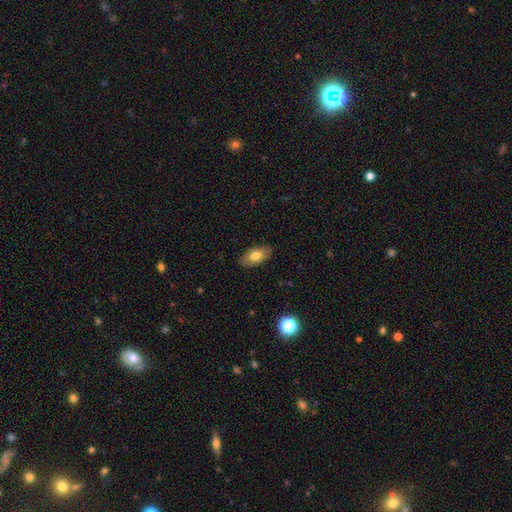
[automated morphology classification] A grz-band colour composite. It shows a smooth galaxy with no disk features (75%) that is in between round and cigar-shaped (93%). Merging: none (86%).